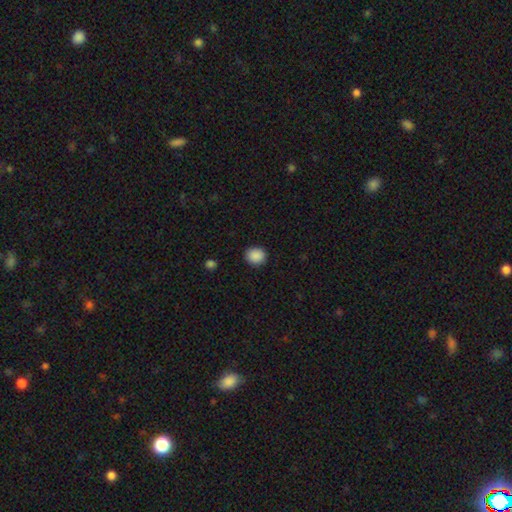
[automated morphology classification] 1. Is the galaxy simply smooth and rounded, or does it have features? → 89% smooth, 8% star or artifact, 2% featured or disk.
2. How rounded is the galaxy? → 76% round, 23% in between, 1% cigar-shaped.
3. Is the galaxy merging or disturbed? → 90% none, 7% minor disturbance, 2% major disturbance, 1% merger.